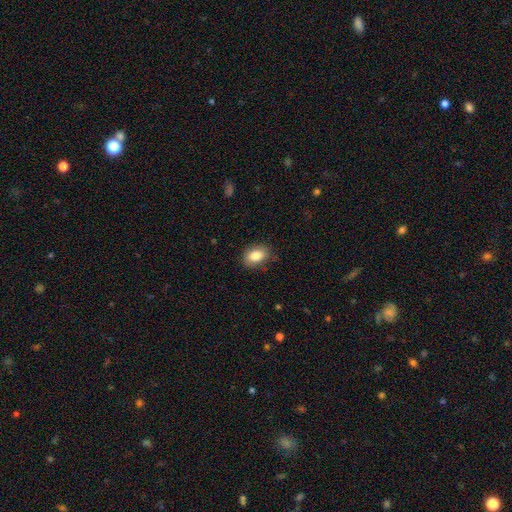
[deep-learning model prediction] Q: Smooth or featured?
A: smooth (85%); runner-up: featured or disk (8%)
Q: How rounded?
A: in between (85%); runner-up: round (14%)
Q: Merging?
A: none (82%); runner-up: minor disturbance (14%)